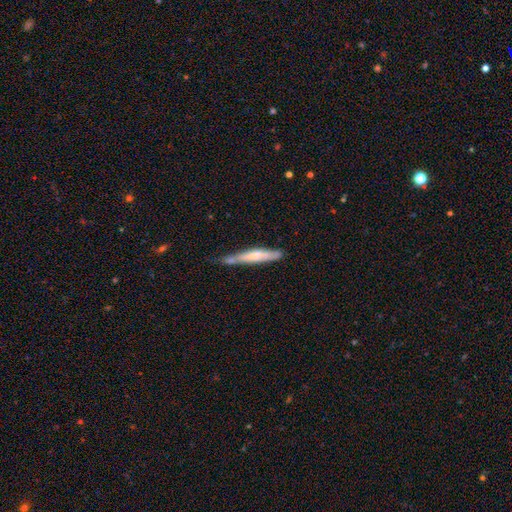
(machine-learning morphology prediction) Smooth or featured: smooth — 53% (featured or disk — 41%)
How rounded: cigar-shaped — 92% (in between — 7%)
Merging: none — 51% (minor disturbance — 30%)